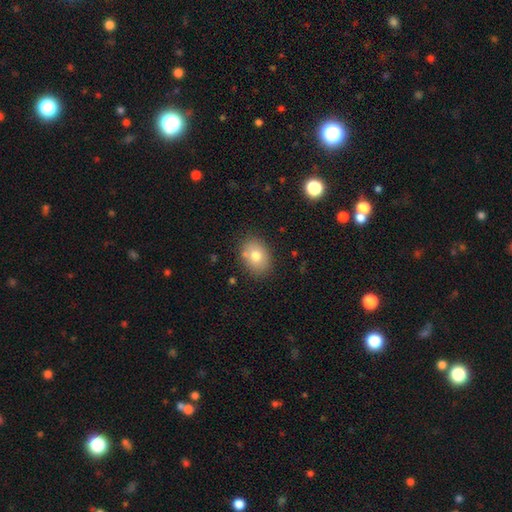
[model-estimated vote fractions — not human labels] A smooth galaxy with no disk features (75%) that is in between round and cigar-shaped (63%).

Vote fractions:
- Smooth or featured? smooth: 75% / featured or disk: 15% / star or artifact: 9%
- How rounded? in between: 63% / round: 36% / cigar-shaped: 1%
- Merging? none: 80% / minor disturbance: 12% / merger: 5% / major disturbance: 3%